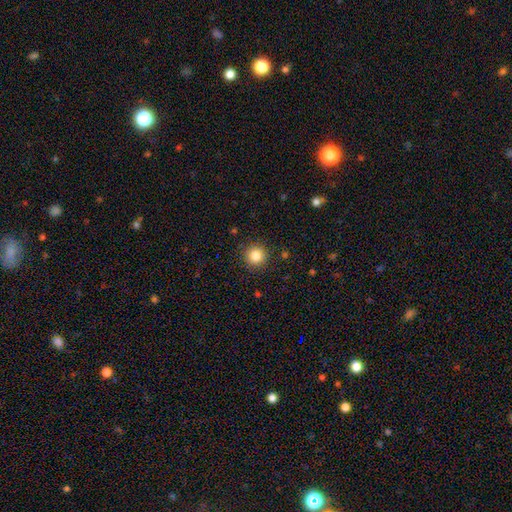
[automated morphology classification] smooth 84%, star or artifact 11%, featured or disk 5%. Down the decision tree: how rounded — round (95%); merging — none (91%).